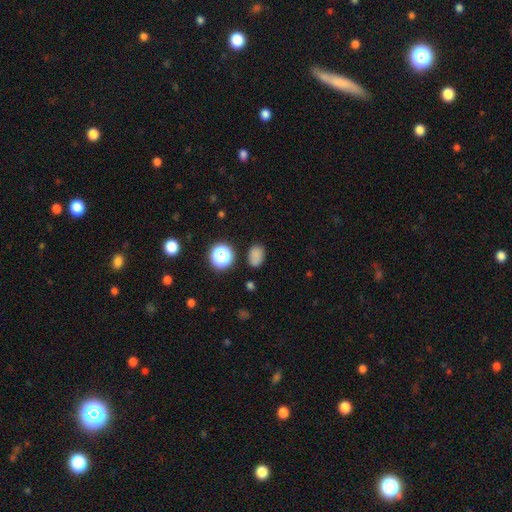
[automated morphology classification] Smooth or featured? smooth (78%)
How rounded? in between (75%)
Merging? none (80%)